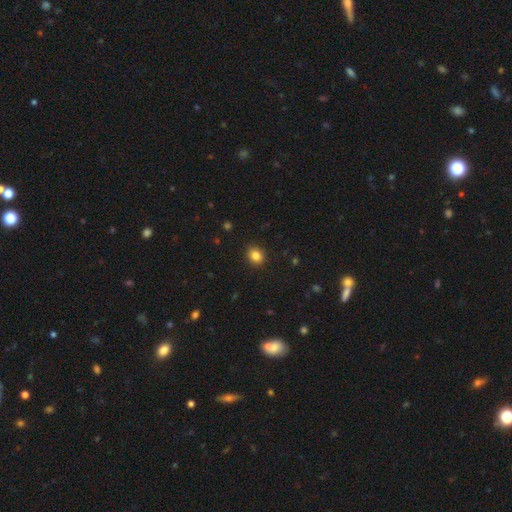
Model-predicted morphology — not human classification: Smooth or featured: smooth — 85% (star or artifact — 11%)
How rounded: round — 61% (in between — 38%)
Merging: none — 90% (minor disturbance — 7%)